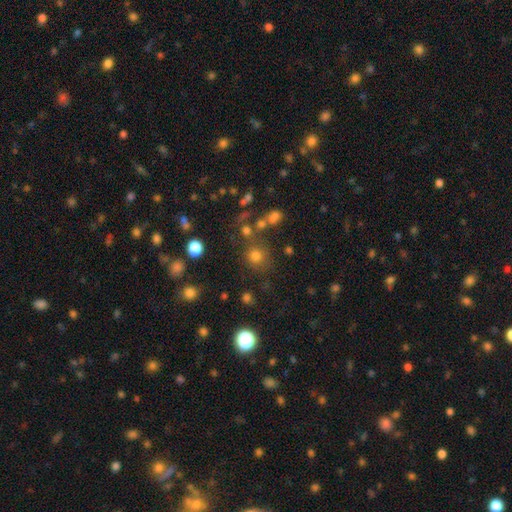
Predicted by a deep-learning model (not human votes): A smooth galaxy with no disk features (72%) that is round (89%). Merging: none (75%).